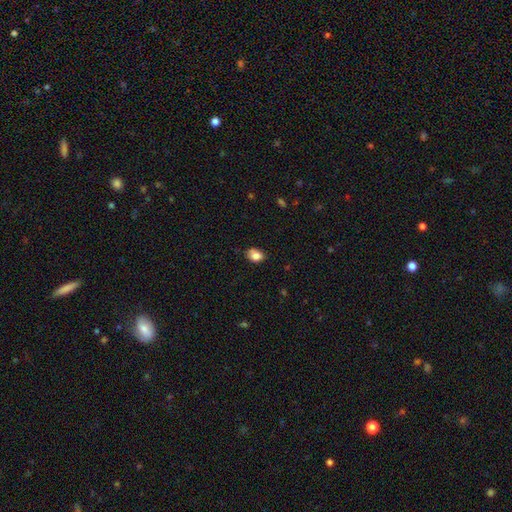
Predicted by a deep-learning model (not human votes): Smooth or featured: smooth — 83% (star or artifact — 9%)
How rounded: in between — 73% (round — 26%)
Merging: none — 68% (minor disturbance — 25%)